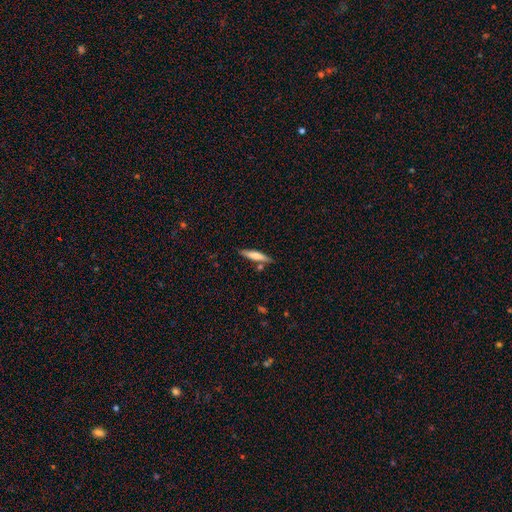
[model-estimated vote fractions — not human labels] Smooth or featured?
  - smooth: 65% *
  - featured or disk: 29%
  - star or artifact: 6%
How rounded?
  - cigar-shaped: 86% *
  - in between: 13%
  - round: 1%
Merging?
  - none: 79% *
  - minor disturbance: 12%
  - merger: 7%
  - major disturbance: 2%